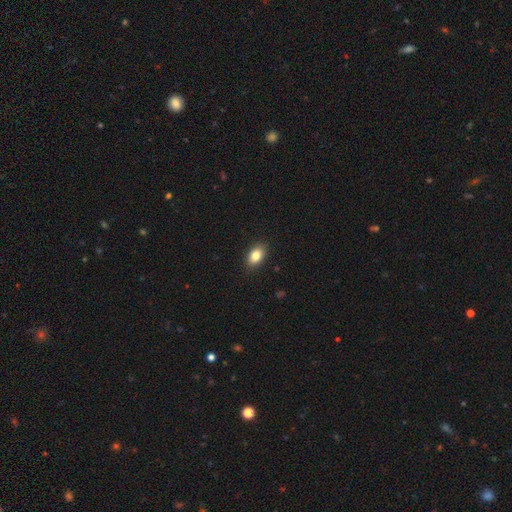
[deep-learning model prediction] This is clearly a smooth galaxy (84%). How rounded: clearly in between (88%). Merging: clearly none (89%).